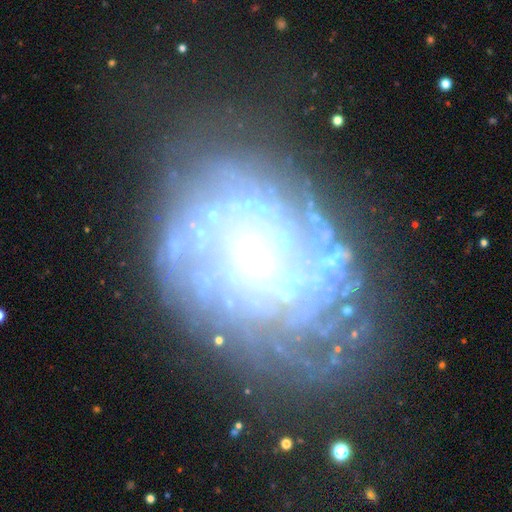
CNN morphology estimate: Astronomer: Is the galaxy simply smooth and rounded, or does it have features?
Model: featured or disk — 78%.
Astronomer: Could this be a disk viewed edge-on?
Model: no — 97%.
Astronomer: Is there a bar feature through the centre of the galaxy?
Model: no — 79%.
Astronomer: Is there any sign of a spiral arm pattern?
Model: yes — 75%.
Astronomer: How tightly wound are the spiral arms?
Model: tight — 65%.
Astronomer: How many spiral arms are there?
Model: can't tell — 49%.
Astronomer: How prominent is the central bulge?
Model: small — 74%.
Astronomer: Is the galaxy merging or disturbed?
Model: none — 62%.